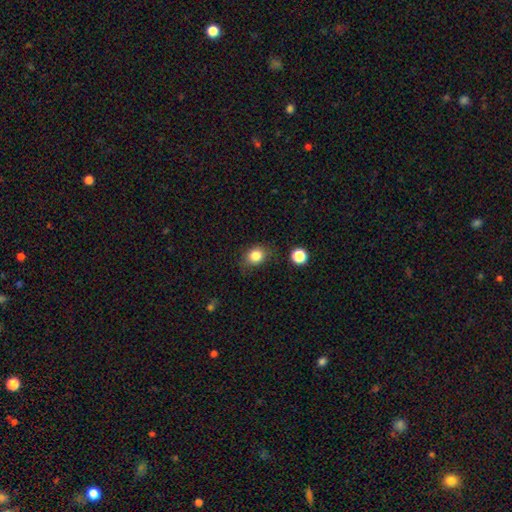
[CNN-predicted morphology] smooth-or-featured: smooth: 83% | star or artifact: 11% | featured or disk: 6%
  how-rounded: round: 60% | in between: 39% | cigar-shaped: 1%
  merging: none: 76% | minor disturbance: 16% | major disturbance: 5% | merger: 2%